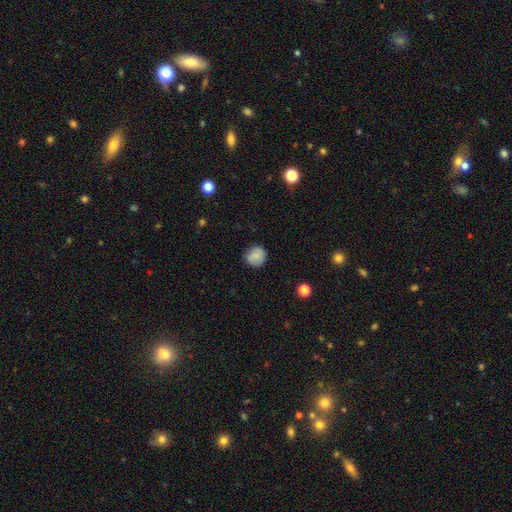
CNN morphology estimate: The model was most divided on "merging": none: 78%, minor disturbance: 17%, major disturbance: 4%, merger: 1%. More confident: how rounded — round (89%); smooth or featured — smooth (79%).